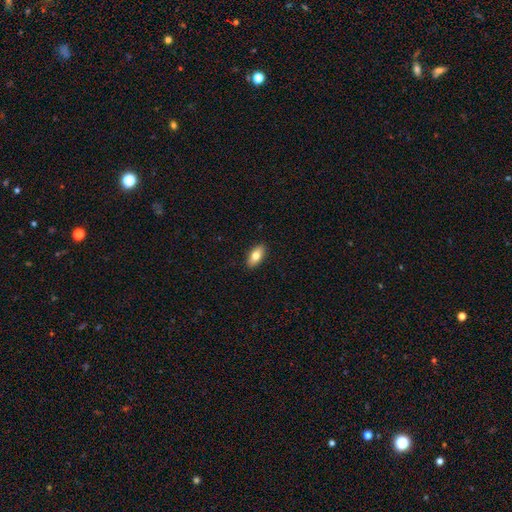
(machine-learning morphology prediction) A smooth galaxy with no disk features (78%) that is in between round and cigar-shaped (90%).

Vote fractions:
- Smooth or featured? smooth: 78% / featured or disk: 15% / star or artifact: 7%
- How rounded? in between: 90% / cigar-shaped: 7% / round: 3%
- Merging? none: 90% / minor disturbance: 7% / major disturbance: 2% / merger: 1%